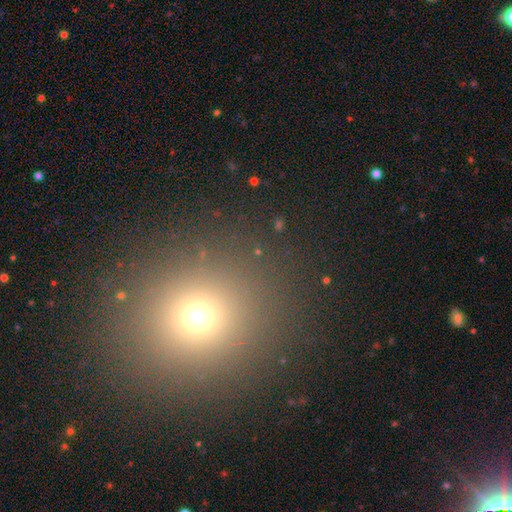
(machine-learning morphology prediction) A smooth galaxy with no disk features (62%) that is round (84%). Merging: none (88%).